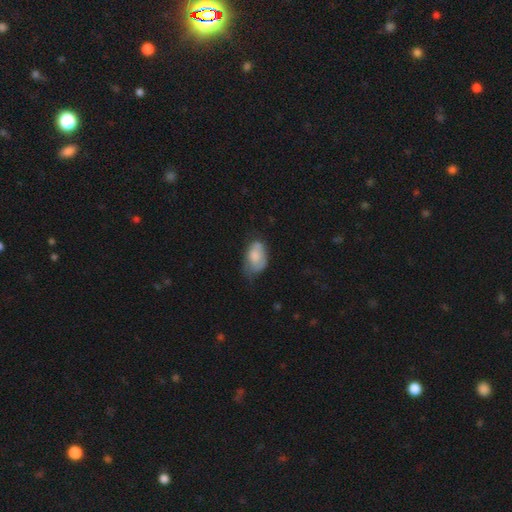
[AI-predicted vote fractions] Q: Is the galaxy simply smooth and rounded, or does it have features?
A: smooth — 69%.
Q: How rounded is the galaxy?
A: in between — 91%.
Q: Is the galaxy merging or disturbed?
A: minor disturbance — 42%.